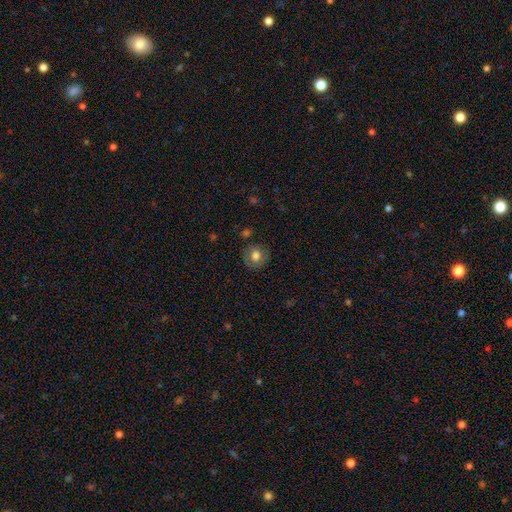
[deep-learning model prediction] Q: Smooth or featured?
A: smooth (71%); runner-up: featured or disk (20%)
Q: How rounded?
A: round (77%); runner-up: in between (22%)
Q: Merging?
A: none (80%); runner-up: minor disturbance (14%)